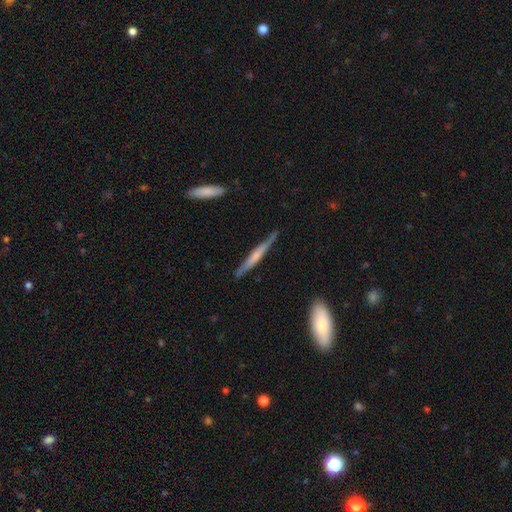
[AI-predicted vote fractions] This appears to be a featured or disk galaxy (53%) viewed edge-on (96%) with no central bulge (46%). Merging: none (82%).